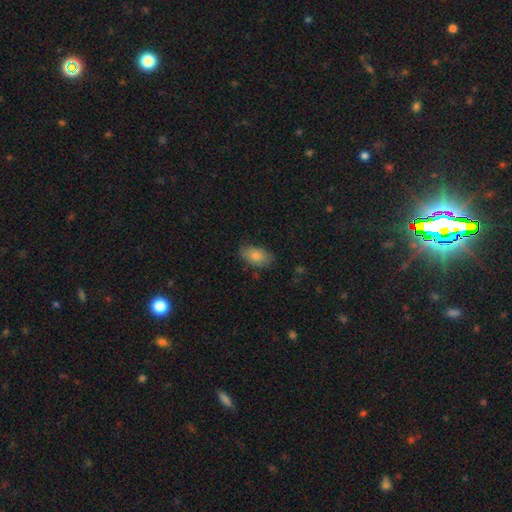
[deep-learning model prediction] Smooth or featured? Predicted: smooth (p=0.82). How rounded? Predicted: in between (p=0.92). Merging? Predicted: none (p=0.77).